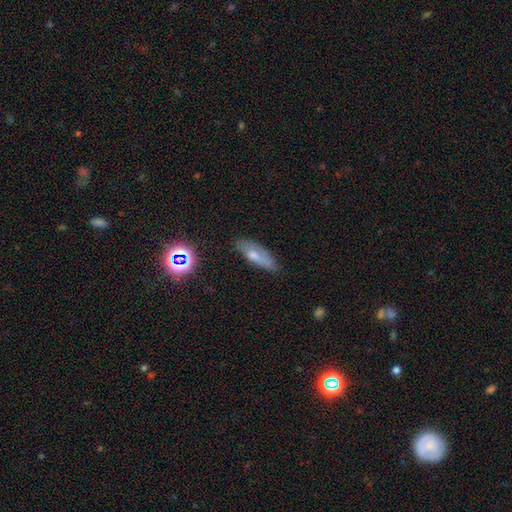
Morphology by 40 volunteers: smooth-or-featured: smooth: 72% | featured or disk: 15% | star or artifact: 12%
  how-rounded: cigar-shaped: 52% | in between: 48% | round: 0%
  merging: none: 57% | minor disturbance: 34% | major disturbance: 9% | merger: 0%